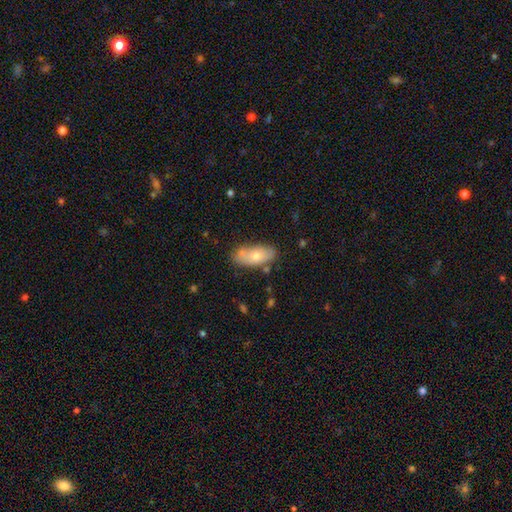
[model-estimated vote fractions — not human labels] A smooth galaxy with no disk features (65%) that is in between round and cigar-shaped (84%).

Vote fractions:
- Smooth or featured? smooth: 65% / featured or disk: 27% / star or artifact: 8%
- How rounded? in between: 84% / cigar-shaped: 13% / round: 3%
- Merging? none: 70% / minor disturbance: 19% / merger: 7% / major disturbance: 4%